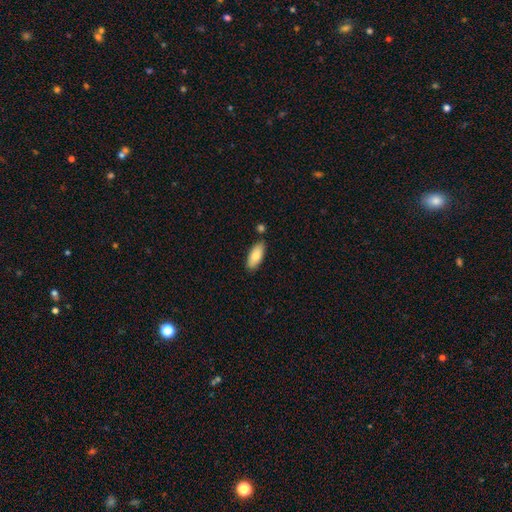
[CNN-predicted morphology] Smooth or featured? smooth (79%)
How rounded? in between (84%)
Merging? none (81%)